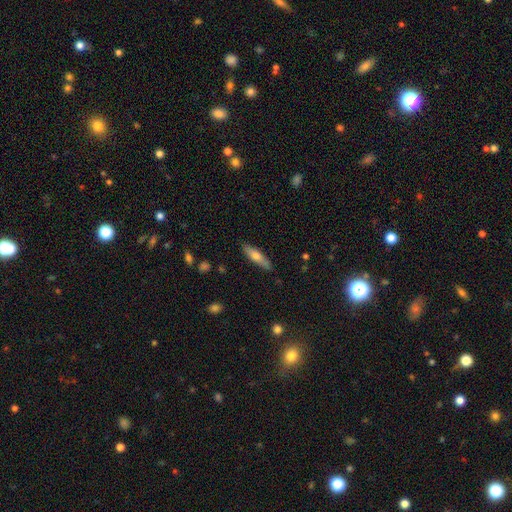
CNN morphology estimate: This is possibly a smooth galaxy (57%). How rounded: likely cigar-shaped (71%). Merging: clearly none (86%).